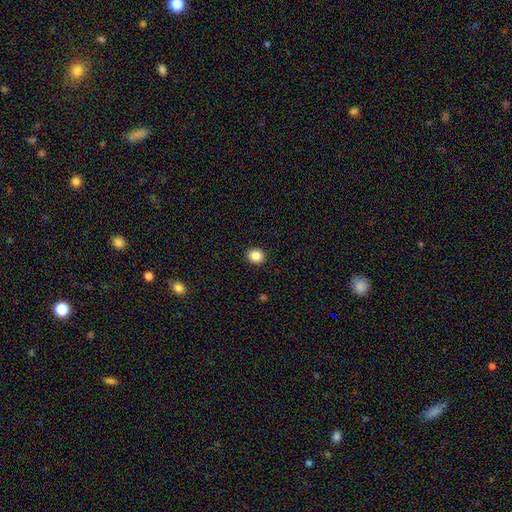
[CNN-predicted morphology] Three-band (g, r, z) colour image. It shows a smooth galaxy with no disk features (86%) that is round (77%). Merging: none (92%).